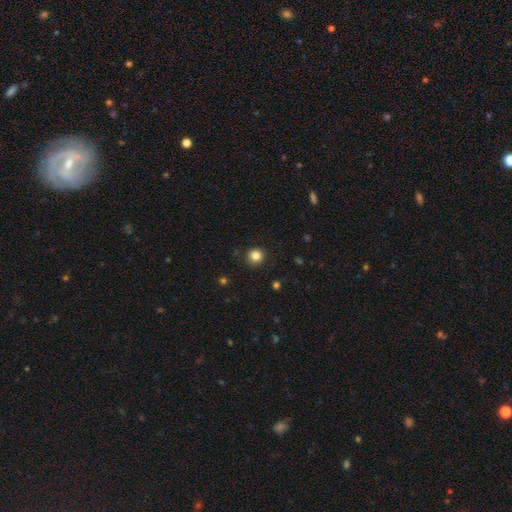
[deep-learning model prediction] Smooth or featured?
  - smooth: 84% *
  - star or artifact: 11%
  - featured or disk: 4%
How rounded?
  - round: 94% *
  - in between: 5%
  - cigar-shaped: 1%
Merging?
  - none: 91% *
  - minor disturbance: 6%
  - major disturbance: 2%
  - merger: 1%